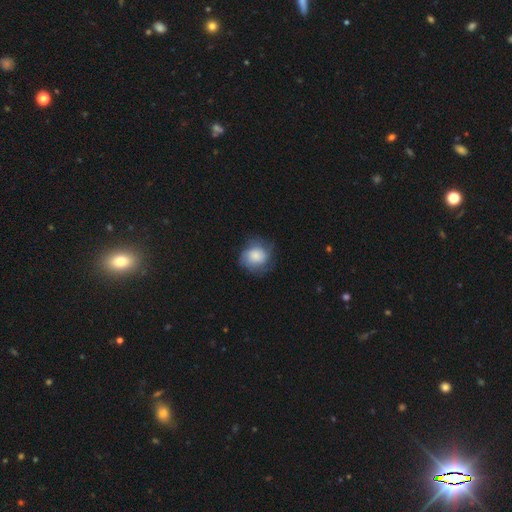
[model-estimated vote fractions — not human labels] Smooth or featured? smooth (65%)
How rounded? round (79%)
Merging? none (67%)